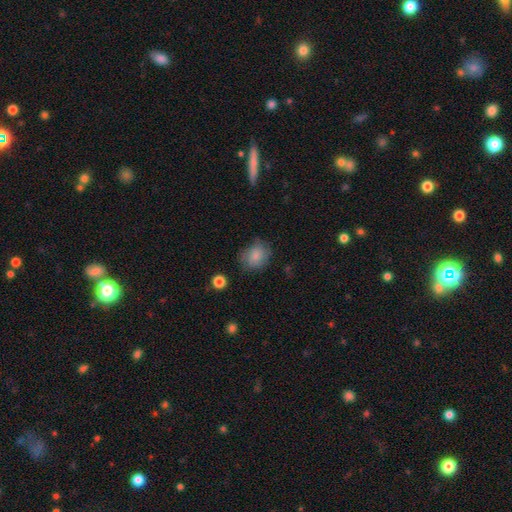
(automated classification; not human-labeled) This is clearly a smooth galaxy (81%). How rounded: possibly round (57%). Merging: likely none (69%).